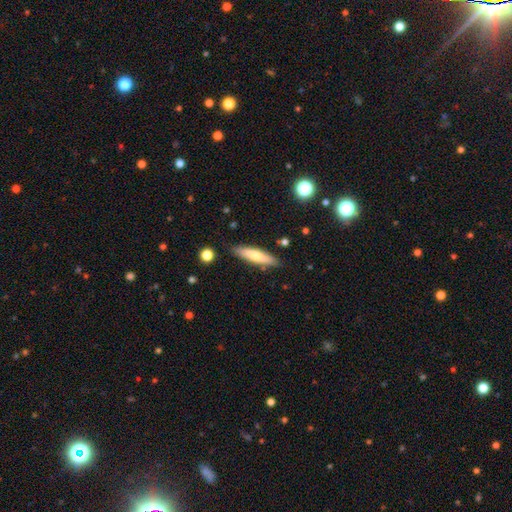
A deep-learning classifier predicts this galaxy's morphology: A smooth galaxy with no disk features (62%) that is cigar-shaped (76%). Merging: none (85%).